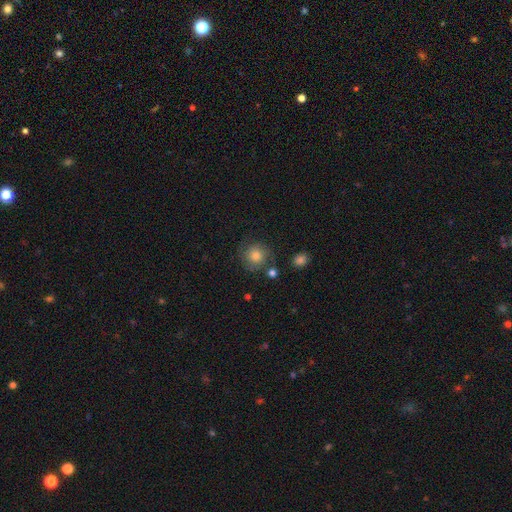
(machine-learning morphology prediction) Smooth or featured?
  - smooth: 72% *
  - featured or disk: 17%
  - star or artifact: 10%
How rounded?
  - round: 91% *
  - in between: 8%
  - cigar-shaped: 1%
Merging?
  - none: 73% *
  - minor disturbance: 15%
  - major disturbance: 7%
  - merger: 5%